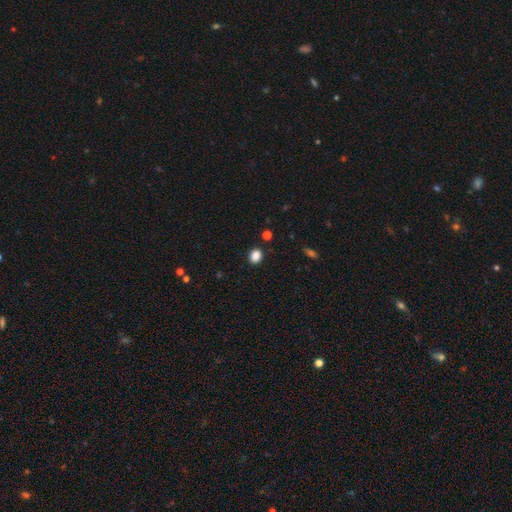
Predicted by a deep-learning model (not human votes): A smooth galaxy with no disk features (86%) that is round (53%). Merging: none (88%).